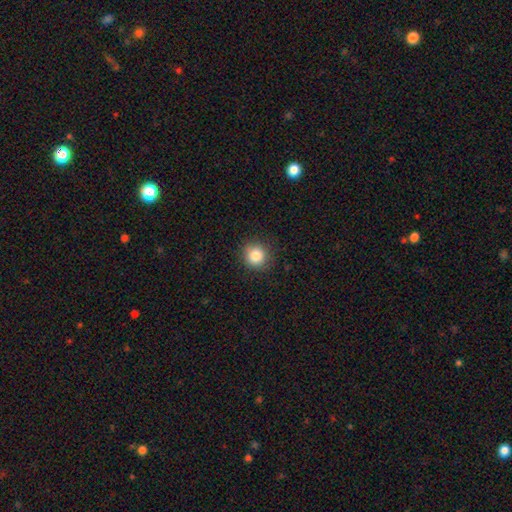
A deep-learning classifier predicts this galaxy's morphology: A smooth galaxy with no disk features (84%) that is round (91%). Merging: none (88%).